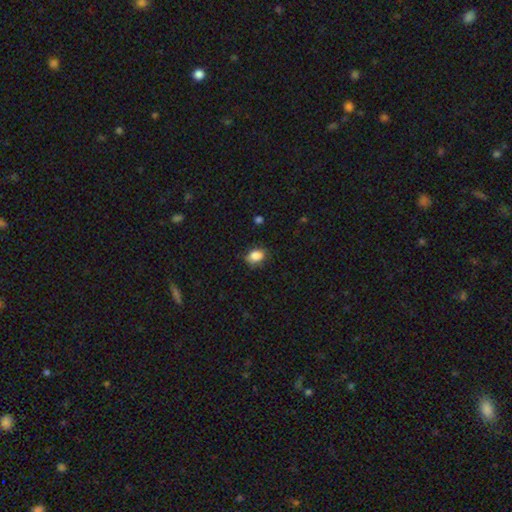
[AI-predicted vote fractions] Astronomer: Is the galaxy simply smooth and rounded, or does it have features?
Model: smooth — 86%.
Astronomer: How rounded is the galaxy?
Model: in between — 72%.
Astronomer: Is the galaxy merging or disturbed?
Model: none — 79%.